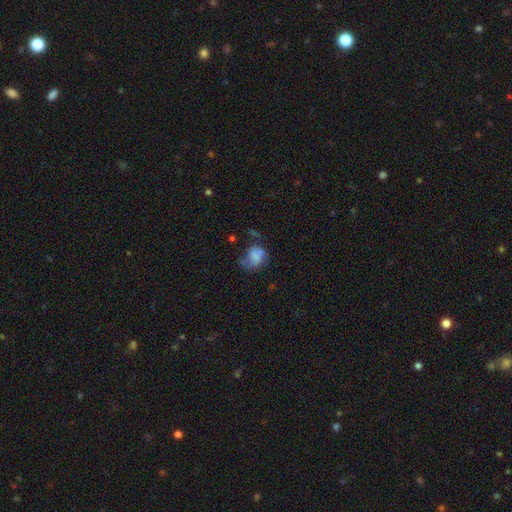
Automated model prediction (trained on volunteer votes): Q: Smooth or featured?
A: smooth (69%); runner-up: featured or disk (20%)
Q: How rounded?
A: round (52%); runner-up: in between (47%)
Q: Merging?
A: none (35%); runner-up: minor disturbance (30%)